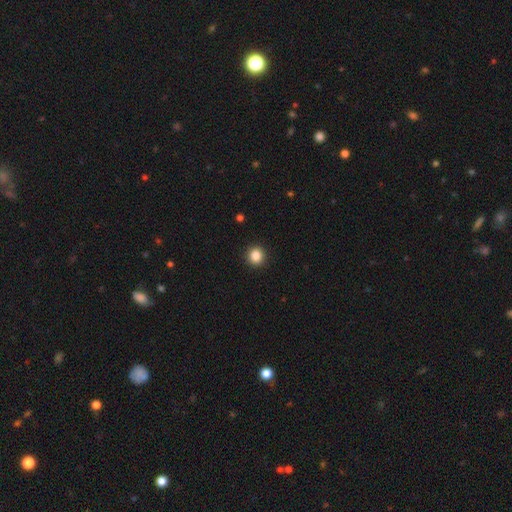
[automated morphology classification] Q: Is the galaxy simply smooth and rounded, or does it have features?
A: smooth — 86%.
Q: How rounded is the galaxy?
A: round — 93%.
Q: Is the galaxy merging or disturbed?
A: none — 93%.